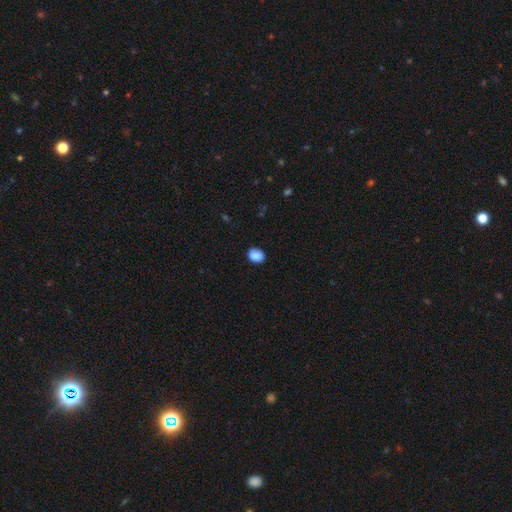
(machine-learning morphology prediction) smooth-or-featured: smooth: 87% | star or artifact: 8% | featured or disk: 5%
  how-rounded: in between: 56% | round: 43% | cigar-shaped: 1%
  merging: none: 82% | minor disturbance: 14% | major disturbance: 3% | merger: 1%